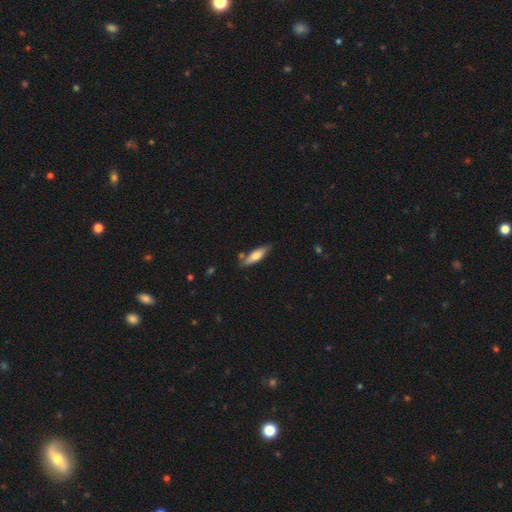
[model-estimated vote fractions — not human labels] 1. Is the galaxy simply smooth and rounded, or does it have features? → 65% smooth, 29% featured or disk, 6% star or artifact.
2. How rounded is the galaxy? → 60% cigar-shaped, 39% in between, 2% round.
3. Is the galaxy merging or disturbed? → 78% none, 14% minor disturbance, 5% merger, 3% major disturbance.